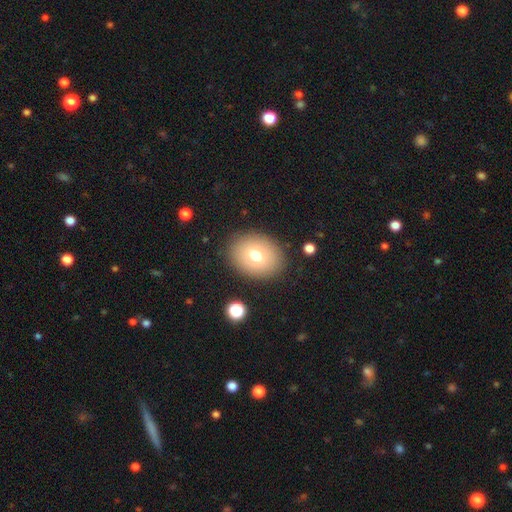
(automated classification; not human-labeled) A smooth galaxy with no disk features (73%) that is in between round and cigar-shaped (52%). Merging: none (87%).